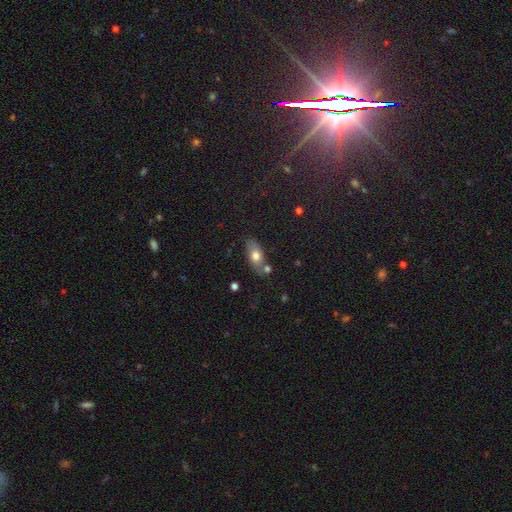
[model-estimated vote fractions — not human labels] Q: Smooth or featured?
A: smooth (69%); runner-up: featured or disk (22%)
Q: How rounded?
A: in between (84%); runner-up: round (8%)
Q: Merging?
A: none (68%); runner-up: minor disturbance (17%)